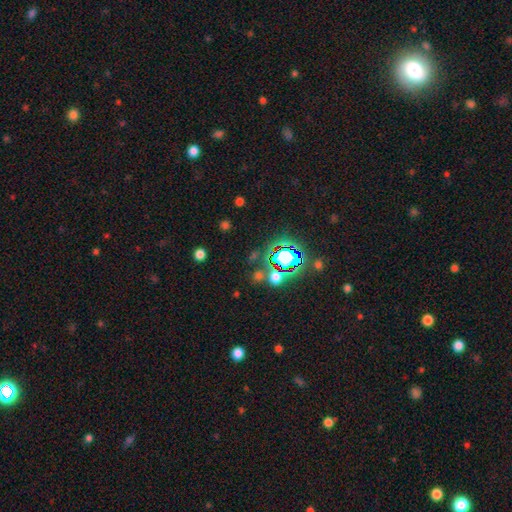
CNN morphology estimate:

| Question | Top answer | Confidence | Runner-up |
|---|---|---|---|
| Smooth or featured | star or artifact | 69% | smooth (22%) |